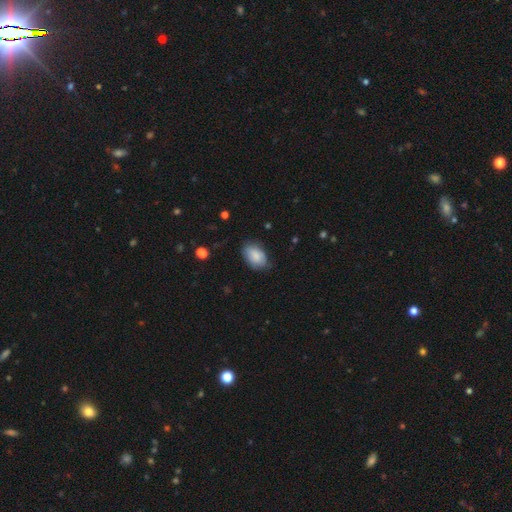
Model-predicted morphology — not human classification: This is clearly a smooth galaxy (82%). How rounded: clearly in between (88%). Merging: likely none (71%).